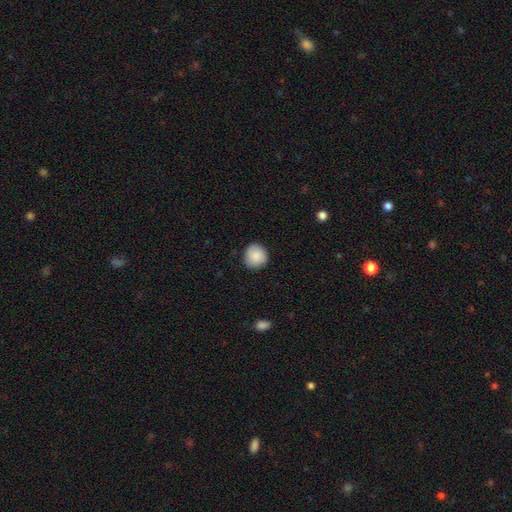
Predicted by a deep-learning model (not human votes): A smooth galaxy with no disk features (87%) that is round (90%). Merging: none (86%).